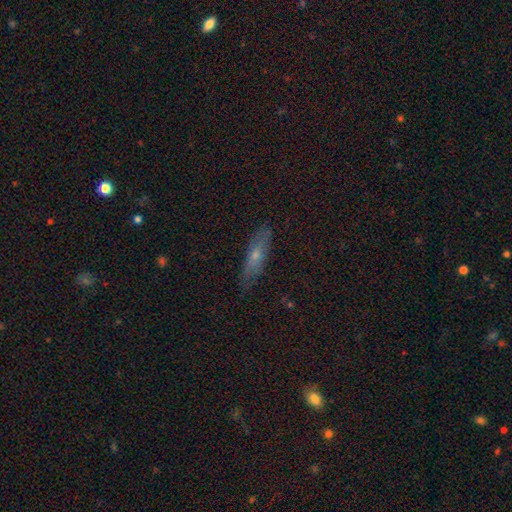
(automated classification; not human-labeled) Smooth or featured?
  - smooth: 51% *
  - featured or disk: 41%
  - star or artifact: 8%
How rounded?
  - cigar-shaped: 66% *
  - in between: 32%
  - round: 3%
Merging?
  - none: 83% *
  - minor disturbance: 14%
  - major disturbance: 3%
  - merger: 1%